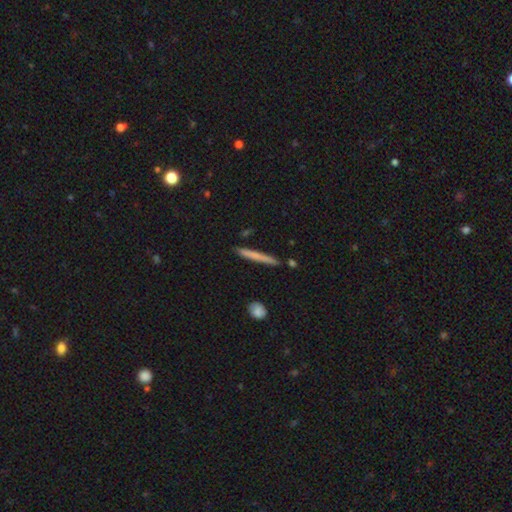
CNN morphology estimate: smooth 66%, featured or disk 28%, star or artifact 6%. Down the decision tree: how rounded — cigar-shaped (96%); merging — none (89%).